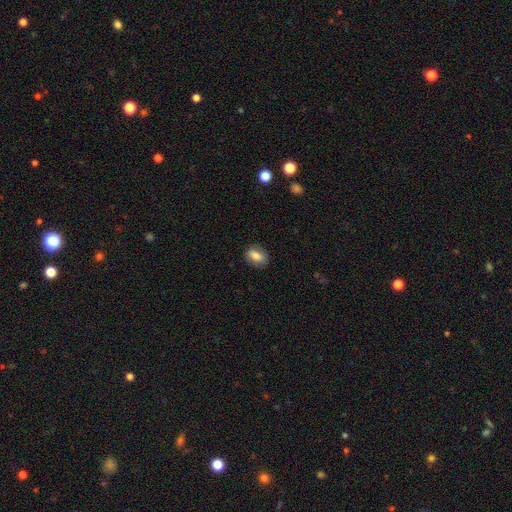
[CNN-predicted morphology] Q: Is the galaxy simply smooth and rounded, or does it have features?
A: smooth — 79%.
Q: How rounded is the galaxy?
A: in between — 77%.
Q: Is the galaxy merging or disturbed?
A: none — 85%.